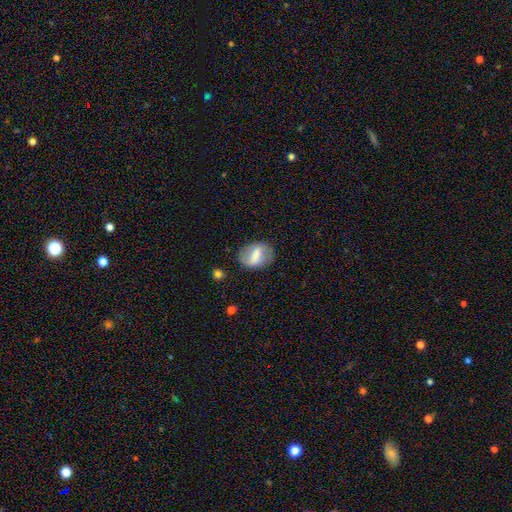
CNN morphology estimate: smooth 46% (tied), featured or disk 46% (tied), star or artifact 7%. Down the decision tree: merging — none (79%).